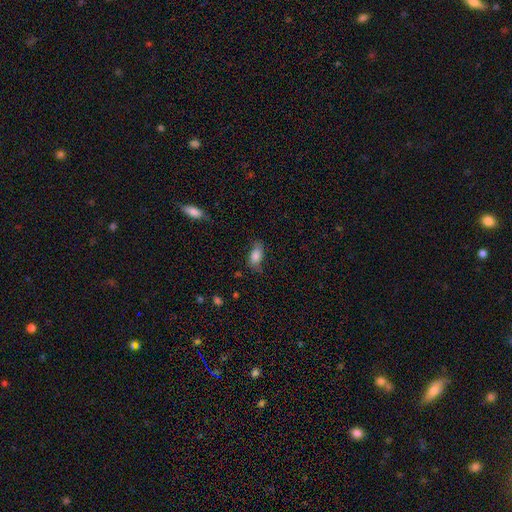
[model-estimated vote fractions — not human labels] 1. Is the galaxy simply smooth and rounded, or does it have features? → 79% smooth, 13% featured or disk, 8% star or artifact.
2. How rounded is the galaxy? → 89% in between, 6% round, 5% cigar-shaped.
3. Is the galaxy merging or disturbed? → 64% none, 25% minor disturbance, 9% major disturbance, 2% merger.